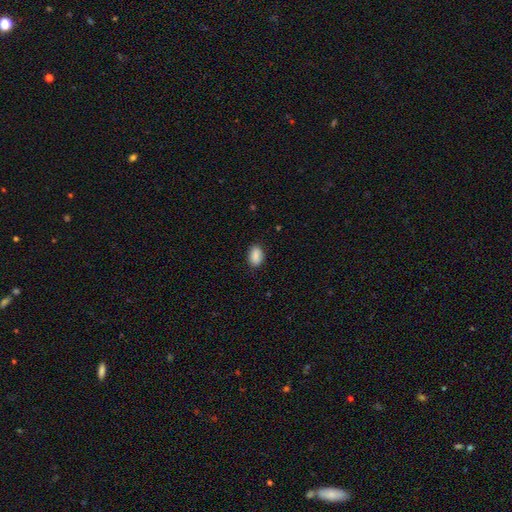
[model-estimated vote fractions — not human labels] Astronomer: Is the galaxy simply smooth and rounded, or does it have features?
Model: smooth — 89%.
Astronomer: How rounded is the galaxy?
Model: in between — 87%.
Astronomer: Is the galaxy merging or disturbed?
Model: none — 85%.